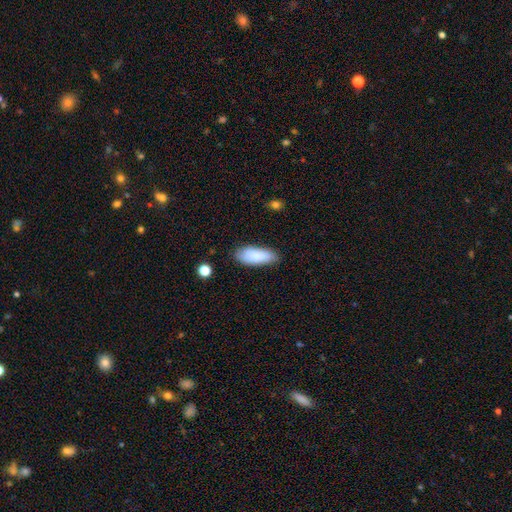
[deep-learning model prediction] Smooth or featured? Predicted: smooth (p=0.86). How rounded? Predicted: in between (p=0.76). Merging? Predicted: none (p=0.79).